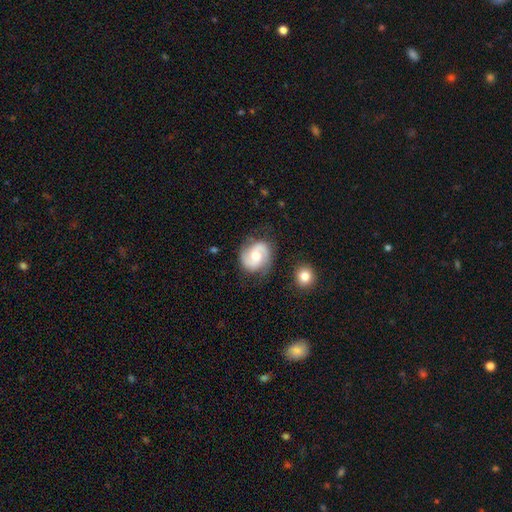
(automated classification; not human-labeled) smooth-or-featured: featured or disk: 77% | smooth: 17% | star or artifact: 6%
  disk-edge-on: no: 98% | yes: 2%
    bar: no: 47% | weak: 43% | strong: 10%
    has-spiral-arms: yes: 95% | no: 5%
      spiral-winding: medium: 52% | tight: 27% | loose: 21%
      spiral-arm-count: 2: 91% | can't tell: 4% | 1: 2% | 3: 1% | 4: 1% | more than 4: 1%
    bulge-size: moderate: 64% | small: 23% | large: 9% | none: 3% | dominant: 1%
  merging: none: 77% | minor disturbance: 16% | major disturbance: 5% | merger: 2%